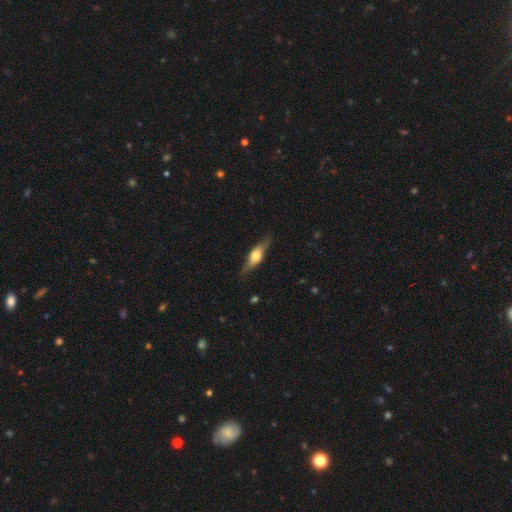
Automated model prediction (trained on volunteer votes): smooth-or-featured: featured or disk: 54% | smooth: 40% | star or artifact: 6%
  disk-edge-on: yes: 91% | no: 9%
  merging: none: 82% | minor disturbance: 14% | major disturbance: 3% | merger: 1%